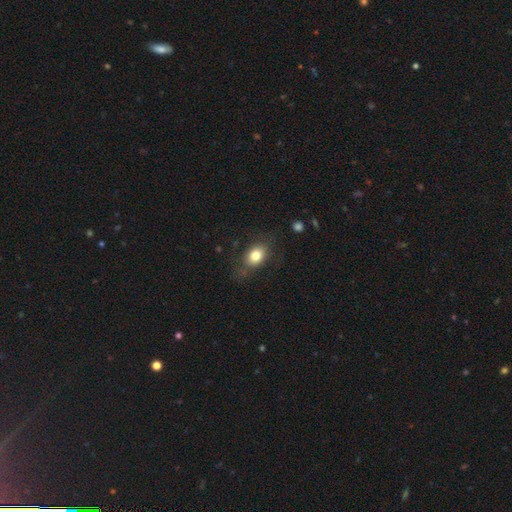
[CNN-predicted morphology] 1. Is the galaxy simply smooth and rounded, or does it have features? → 79% smooth, 12% featured or disk, 9% star or artifact.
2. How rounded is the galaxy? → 72% in between, 26% round, 2% cigar-shaped.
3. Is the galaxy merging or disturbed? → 70% none, 19% minor disturbance, 9% major disturbance, 2% merger.